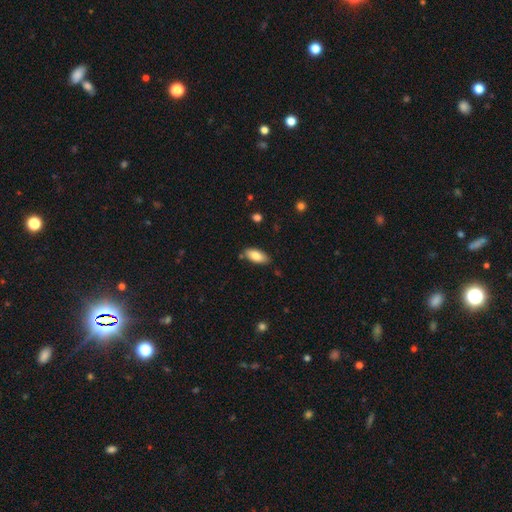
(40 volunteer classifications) smooth_or_featured: smooth (p=0.78) [alt: featured or disk p=0.12]
how_rounded: in between (p=0.90) [alt: cigar-shaped p=0.06]
merging: none (p=0.81) [alt: minor disturbance p=0.14]